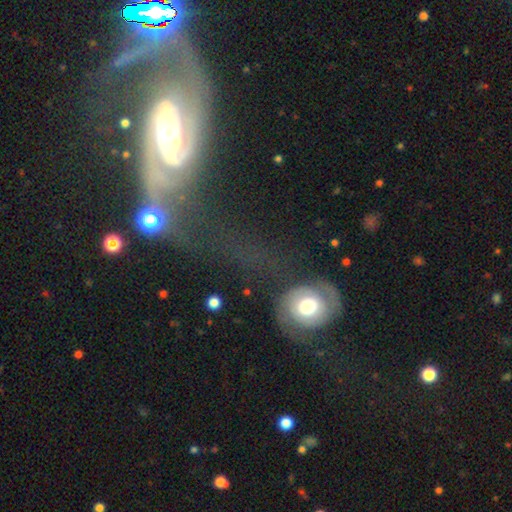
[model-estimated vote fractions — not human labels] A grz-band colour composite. It shows a featured or disk galaxy (61%) with no bar (51%), spiral arms (82%) and a moderate central bulge (53%). Merging: none (42%).